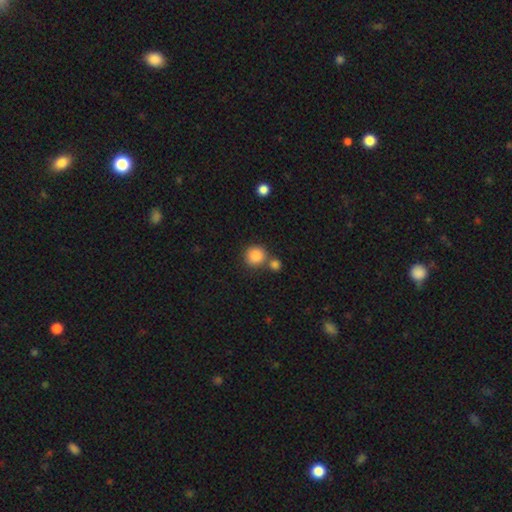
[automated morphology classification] Smooth or featured?
  - smooth: 86% *
  - star or artifact: 9%
  - featured or disk: 5%
How rounded?
  - round: 90% *
  - in between: 9%
  - cigar-shaped: 1%
Merging?
  - none: 63% *
  - merger: 25%
  - minor disturbance: 9%
  - major disturbance: 3%